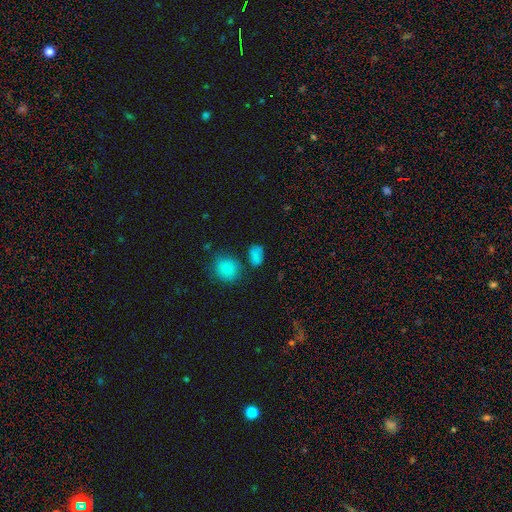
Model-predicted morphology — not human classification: Smooth or featured: smooth — 79% (star or artifact — 14%)
How rounded: in between — 78% (round — 20%)
Merging: none — 63% (minor disturbance — 17%)